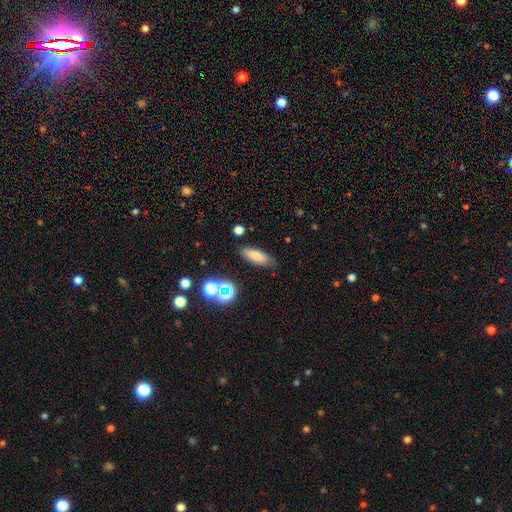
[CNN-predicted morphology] smooth_or_featured: smooth (p=0.76) [alt: featured or disk p=0.13]
how_rounded: in between (p=0.52) [alt: cigar-shaped p=0.44]
merging: none (p=0.81) [alt: minor disturbance p=0.12]